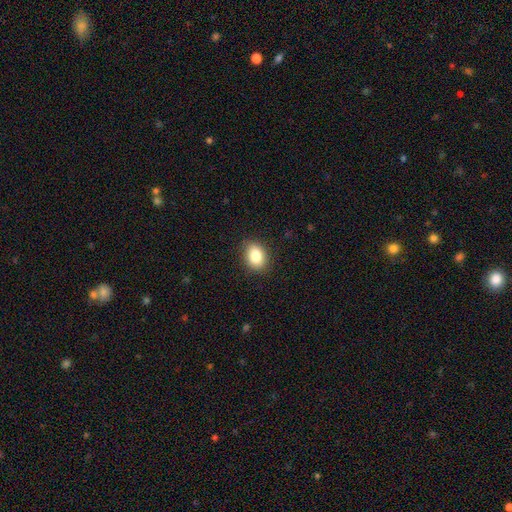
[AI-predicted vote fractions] smooth_or_featured: smooth (p=0.84) [alt: star or artifact p=0.08]
how_rounded: in between (p=0.70) [alt: round p=0.29]
merging: none (p=0.88) [alt: minor disturbance p=0.09]